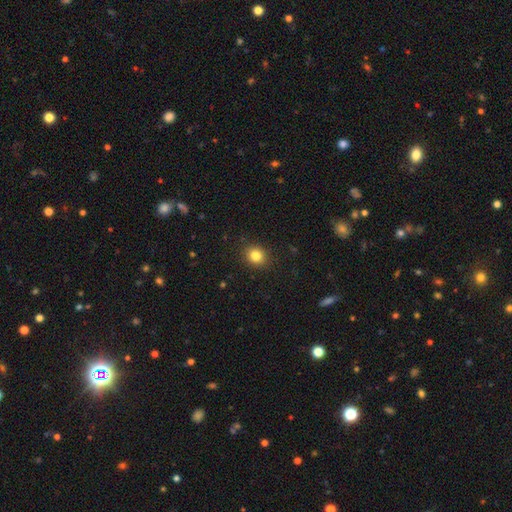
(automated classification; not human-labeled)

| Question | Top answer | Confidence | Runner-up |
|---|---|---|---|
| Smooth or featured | smooth | 83% | star or artifact (11%) |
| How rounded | round | 72% | in between (27%) |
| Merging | none | 89% | minor disturbance (8%) |